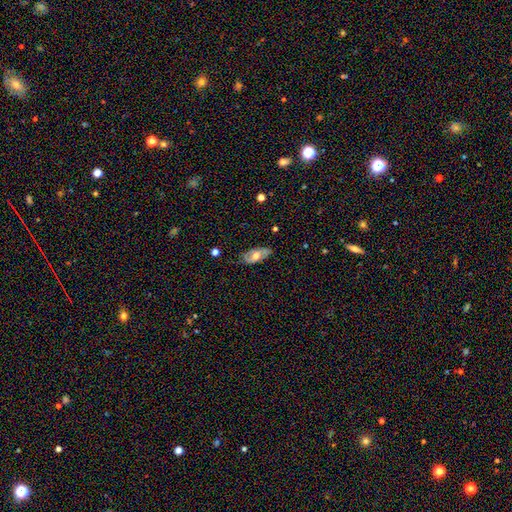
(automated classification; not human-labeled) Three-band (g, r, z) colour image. It shows a featured or disk galaxy (51%). Merging: none (77%).